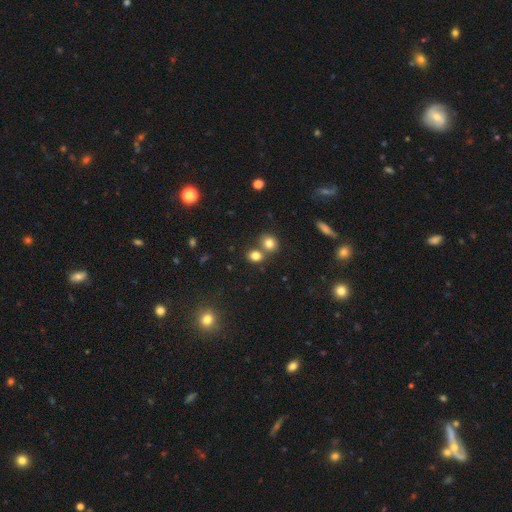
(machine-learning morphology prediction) Smooth or featured? smooth (79%)
How rounded? round (66%)
Merging? none (57%)